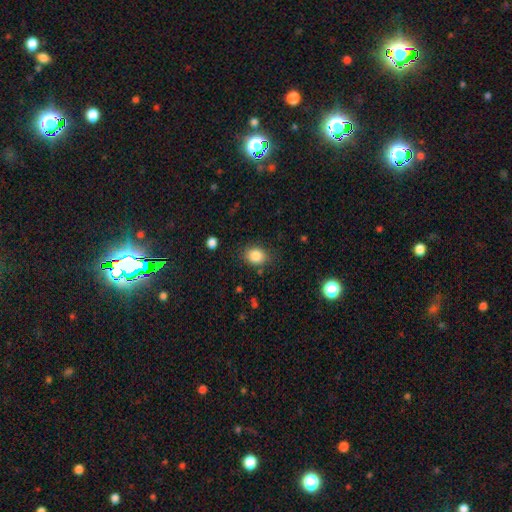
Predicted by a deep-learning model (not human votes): smooth 85%, star or artifact 10%, featured or disk 5%. Down the decision tree: how rounded — round (53%); merging — none (80%).